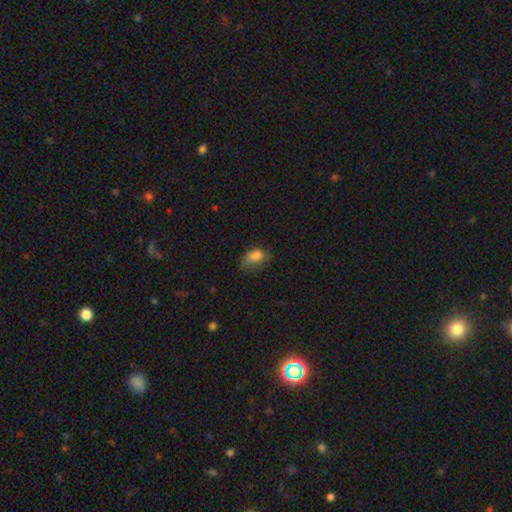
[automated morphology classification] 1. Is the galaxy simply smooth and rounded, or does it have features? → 78% smooth, 11% star or artifact, 11% featured or disk.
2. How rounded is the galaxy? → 85% in between, 12% round, 3% cigar-shaped.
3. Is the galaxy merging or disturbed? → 36% none, 35% minor disturbance, 26% major disturbance, 3% merger.